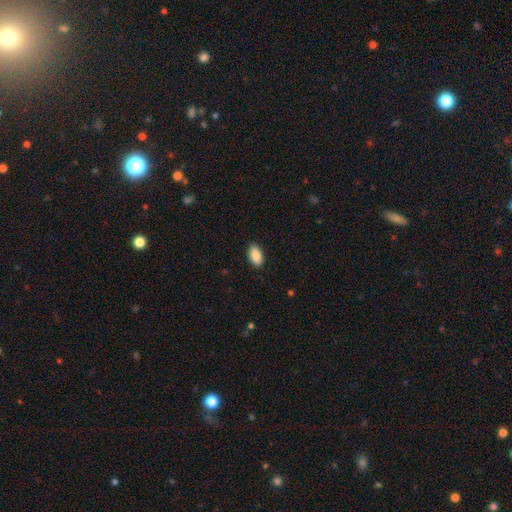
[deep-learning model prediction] This appears to be a smooth galaxy with no disk features (89%) that is in between round and cigar-shaped (94%). Merging: none (89%).